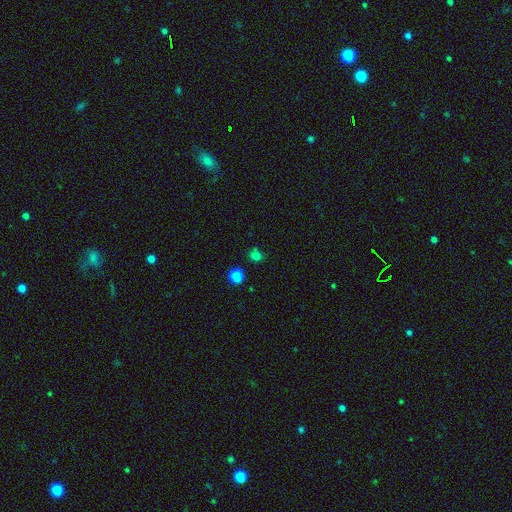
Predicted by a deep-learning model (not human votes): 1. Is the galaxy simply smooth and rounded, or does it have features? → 75% smooth, 20% star or artifact, 5% featured or disk.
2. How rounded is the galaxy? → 71% round, 28% in between, 1% cigar-shaped.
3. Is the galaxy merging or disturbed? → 77% none, 12% minor disturbance, 7% merger, 4% major disturbance.